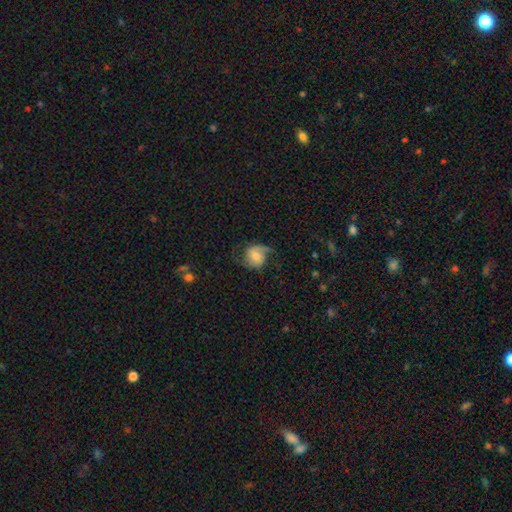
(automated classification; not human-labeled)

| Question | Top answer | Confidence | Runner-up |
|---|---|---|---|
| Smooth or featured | featured or disk | 61% | smooth (31%) |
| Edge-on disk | no | 97% | yes (3%) |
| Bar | no | 59% | weak (33%) |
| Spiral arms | yes | 92% | no (8%) |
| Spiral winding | loose | 44% | medium (40%) |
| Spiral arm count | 2 | 78% | 1 (15%) |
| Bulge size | moderate | 54% | small (27%) |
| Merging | none | 63% | minor disturbance (21%) |